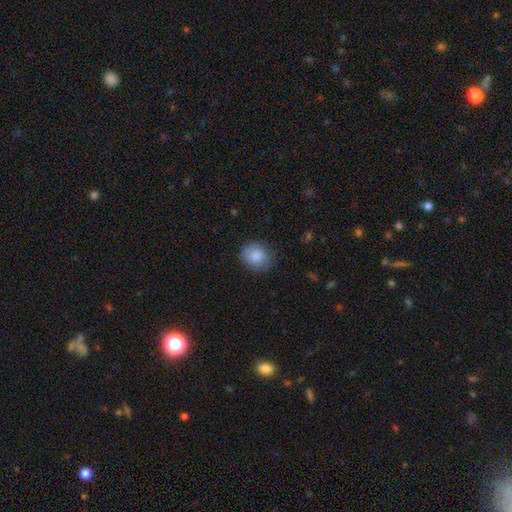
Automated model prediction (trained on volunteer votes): Smooth or featured?
  - smooth: 86% *
  - star or artifact: 7%
  - featured or disk: 7%
How rounded?
  - round: 65% *
  - in between: 34%
  - cigar-shaped: 1%
Merging?
  - none: 80% *
  - minor disturbance: 15%
  - major disturbance: 4%
  - merger: 1%